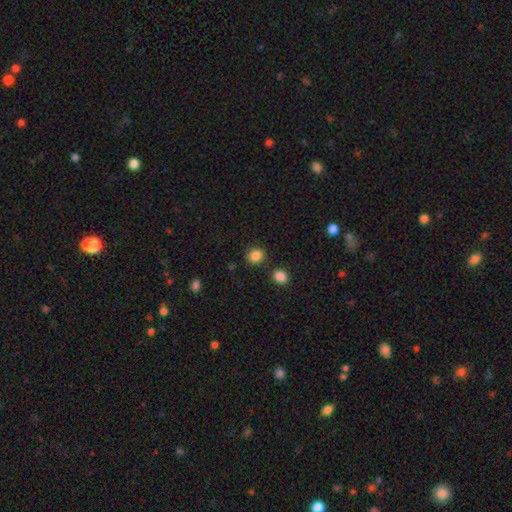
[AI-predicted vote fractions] smooth-or-featured: smooth: 87% | star or artifact: 10% | featured or disk: 3%
  how-rounded: round: 75% | in between: 24% | cigar-shaped: 1%
  merging: none: 82% | minor disturbance: 9% | merger: 6% | major disturbance: 3%